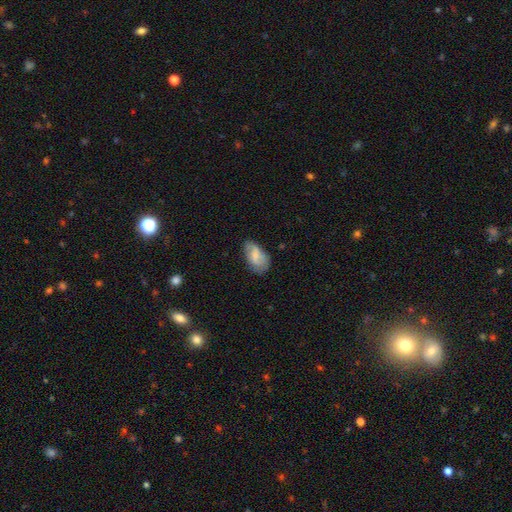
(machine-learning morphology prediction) Smooth or featured?
  - smooth: 56% *
  - featured or disk: 36%
  - star or artifact: 7%
How rounded?
  - in between: 92% *
  - round: 5%
  - cigar-shaped: 2%
Merging?
  - none: 59% *
  - minor disturbance: 29%
  - major disturbance: 10%
  - merger: 2%